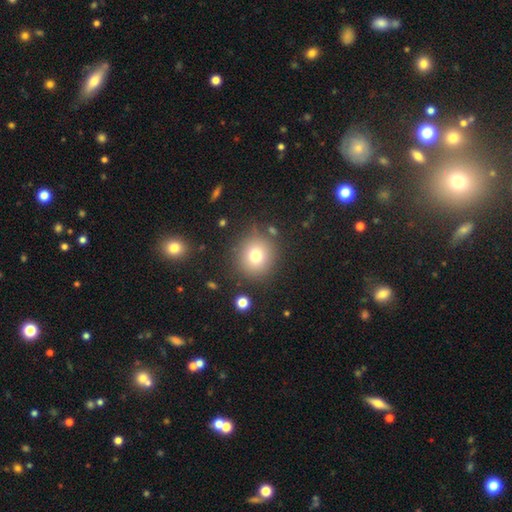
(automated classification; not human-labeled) A smooth galaxy with no disk features (75%) that is round (91%). Merging: none (84%).